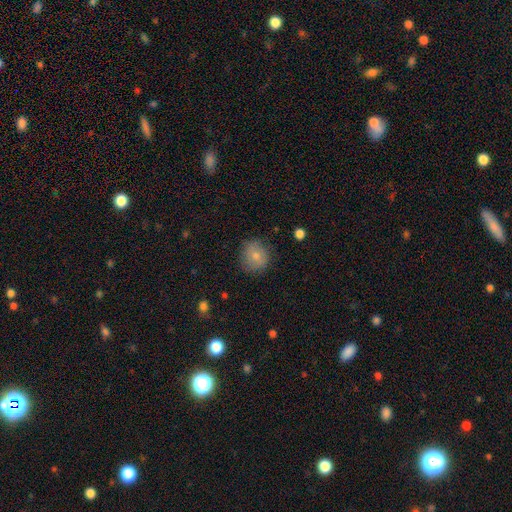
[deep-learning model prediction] Smooth or featured?
  - smooth: 78% *
  - featured or disk: 14%
  - star or artifact: 9%
How rounded?
  - round: 85% *
  - in between: 14%
  - cigar-shaped: 1%
Merging?
  - none: 79% *
  - minor disturbance: 16%
  - major disturbance: 4%
  - merger: 1%